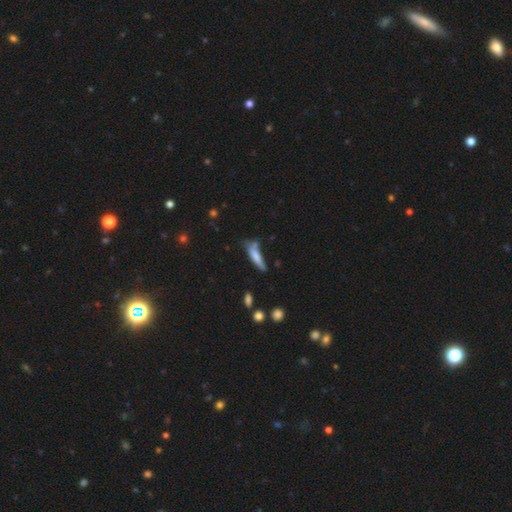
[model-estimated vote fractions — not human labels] smooth 69%, featured or disk 23%, star or artifact 8%. Down the decision tree: how rounded — cigar-shaped (73%); merging — none (51%).